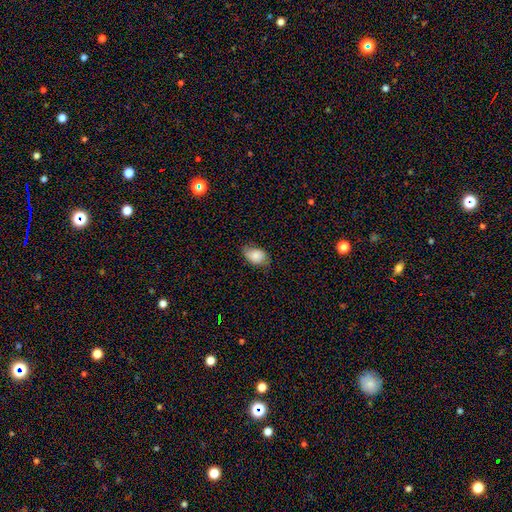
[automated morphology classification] Overall: smooth (81%). How rounded: in between (83%). Merging: none (64%; minor disturbance 28%).